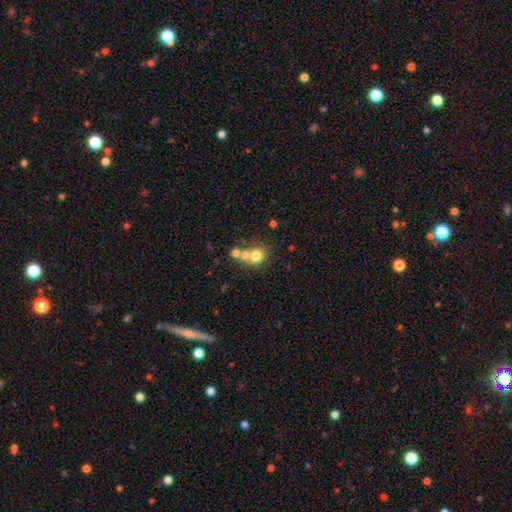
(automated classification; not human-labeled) smooth_or_featured: smooth (p=0.72) [alt: featured or disk p=0.15]
how_rounded: round (p=0.74) [alt: in between p=0.25]
merging: merger (p=0.46) [alt: none p=0.41]